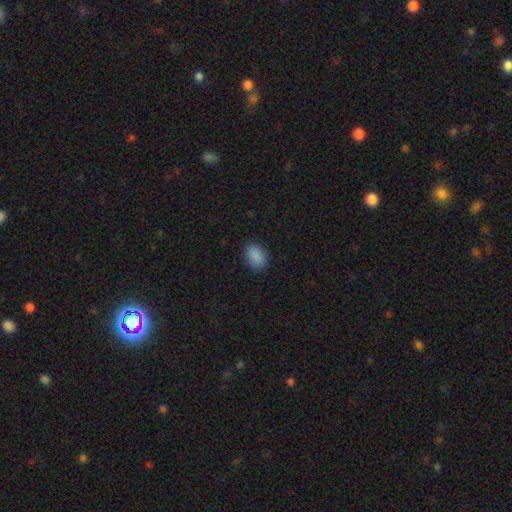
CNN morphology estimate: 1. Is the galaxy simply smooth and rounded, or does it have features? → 89% smooth, 9% star or artifact, 3% featured or disk.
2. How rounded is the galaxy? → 78% in between, 21% round, 1% cigar-shaped.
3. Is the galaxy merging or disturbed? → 87% none, 10% minor disturbance, 2% major disturbance, 1% merger.